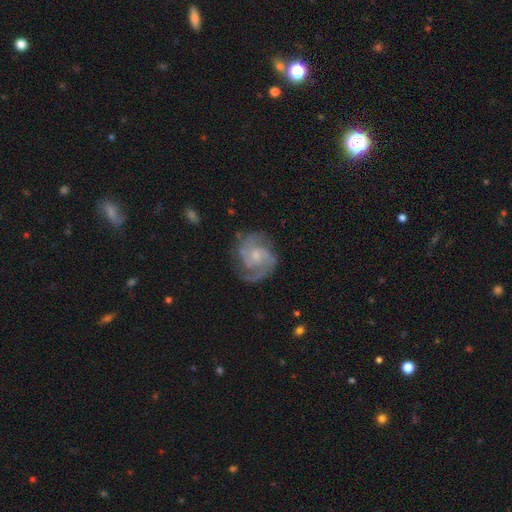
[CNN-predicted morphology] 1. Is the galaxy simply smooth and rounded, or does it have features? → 85% featured or disk, 9% smooth, 6% star or artifact.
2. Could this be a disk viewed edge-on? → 98% no, 2% yes.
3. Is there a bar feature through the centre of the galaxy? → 63% no, 32% weak, 5% strong.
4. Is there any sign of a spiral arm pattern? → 96% yes, 4% no.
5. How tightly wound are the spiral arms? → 48% medium, 38% tight, 14% loose.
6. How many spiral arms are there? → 63% 2, 15% 3, 11% can't tell, 5% 1, 3% 4, 3% more than 4.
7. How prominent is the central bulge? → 52% small, 39% moderate, 6% none, 3% large, 1% dominant.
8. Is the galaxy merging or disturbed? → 71% none, 18% minor disturbance, 9% major disturbance, 2% merger.